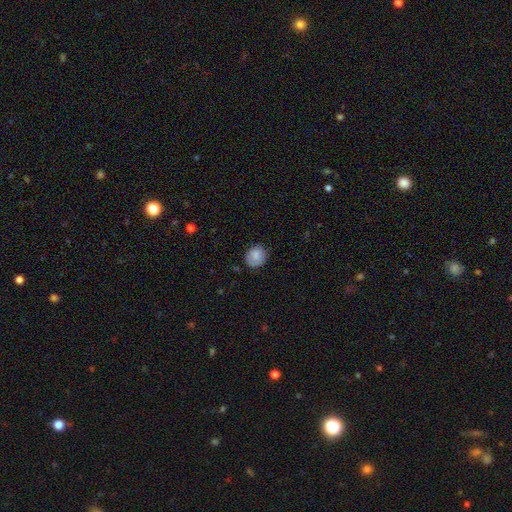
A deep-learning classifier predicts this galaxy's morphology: Overall: smooth (84%). How rounded: round (82%). Merging: none (77%).